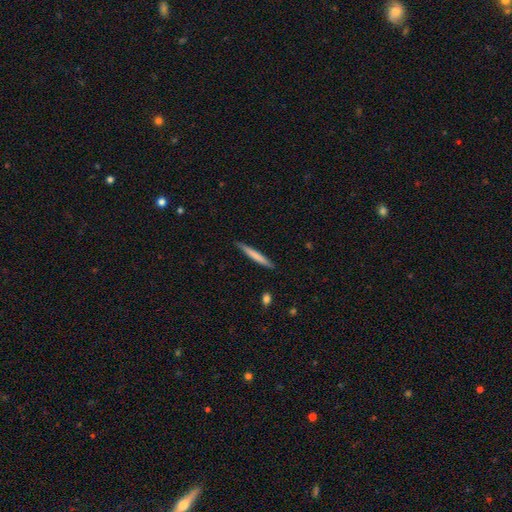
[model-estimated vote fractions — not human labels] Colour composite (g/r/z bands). It shows a smooth galaxy with no disk features (68%) that is cigar-shaped (96%). Merging: none (89%).